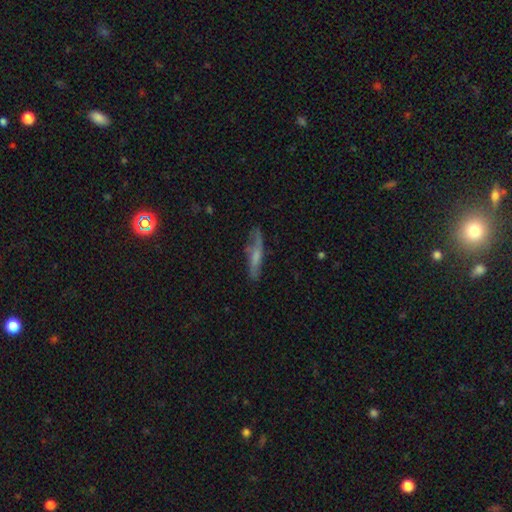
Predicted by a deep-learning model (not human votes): Morphology: type=smooth (48%); merging=none (64%).